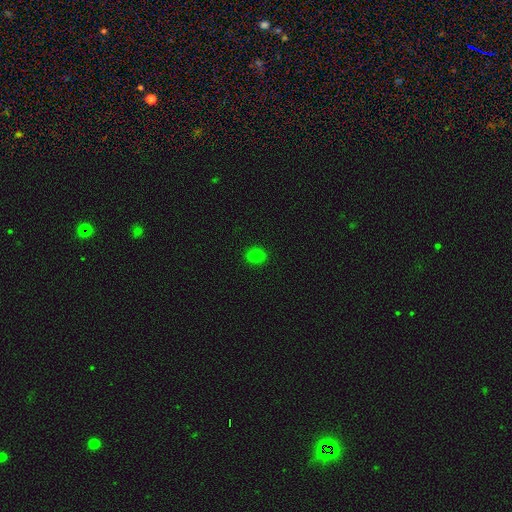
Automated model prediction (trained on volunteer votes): smooth 77%, star or artifact 15%, featured or disk 8%. Down the decision tree: how rounded — round (78%); merging — none (91%).